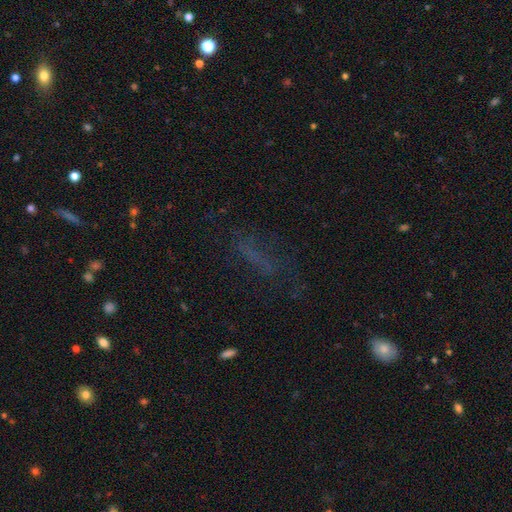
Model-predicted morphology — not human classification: type=smooth (42%); merging=none (59%).